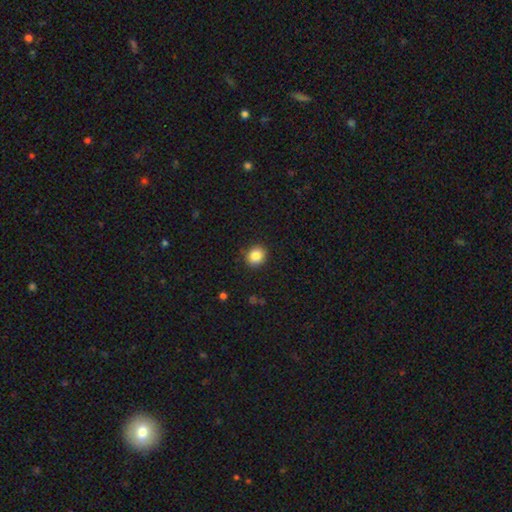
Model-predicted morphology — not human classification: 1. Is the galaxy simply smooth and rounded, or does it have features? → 85% smooth, 10% star or artifact, 5% featured or disk.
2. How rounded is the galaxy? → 80% round, 19% in between, 1% cigar-shaped.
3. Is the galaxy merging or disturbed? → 89% none, 8% minor disturbance, 2% major disturbance, 1% merger.